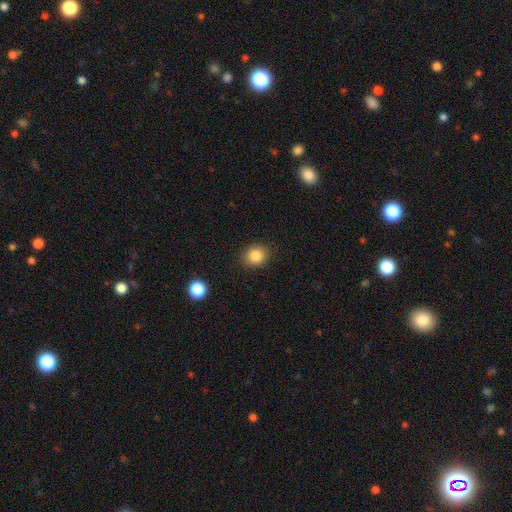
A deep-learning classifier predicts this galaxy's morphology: Smooth or featured: smooth — 85% (star or artifact — 10%)
How rounded: round — 62% (in between — 37%)
Merging: none — 87% (minor disturbance — 9%)